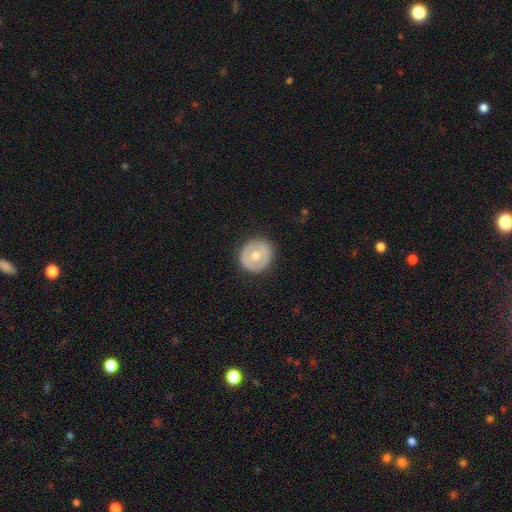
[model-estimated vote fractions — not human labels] Smooth or featured? smooth (53%)
How rounded? round (92%)
Merging? none (88%)